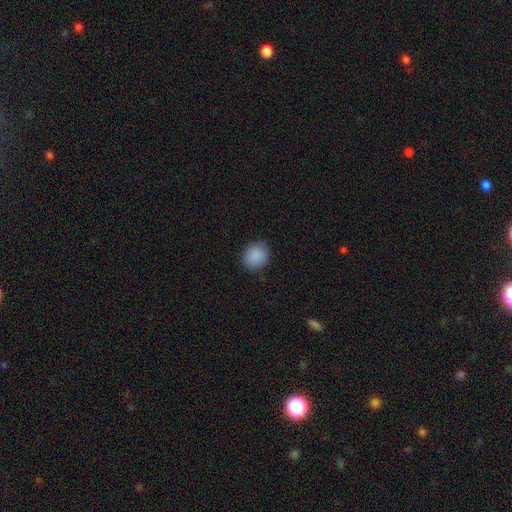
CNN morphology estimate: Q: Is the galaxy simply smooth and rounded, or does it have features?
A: smooth — 89%.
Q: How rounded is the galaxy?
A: round — 70%.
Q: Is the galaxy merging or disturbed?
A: none — 85%.